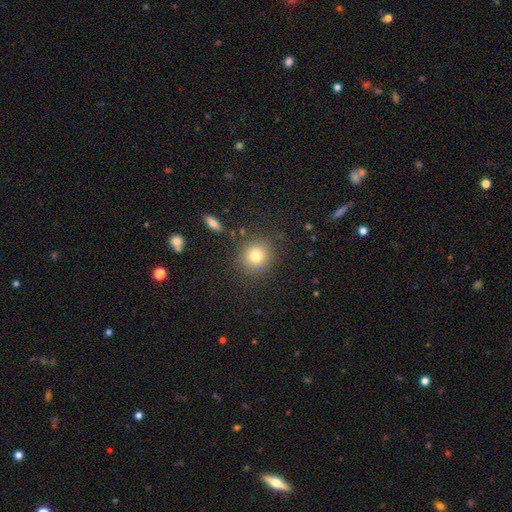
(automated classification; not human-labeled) Q: Smooth or featured?
A: smooth (80%); runner-up: star or artifact (11%)
Q: How rounded?
A: round (87%); runner-up: in between (12%)
Q: Merging?
A: none (85%); runner-up: minor disturbance (9%)